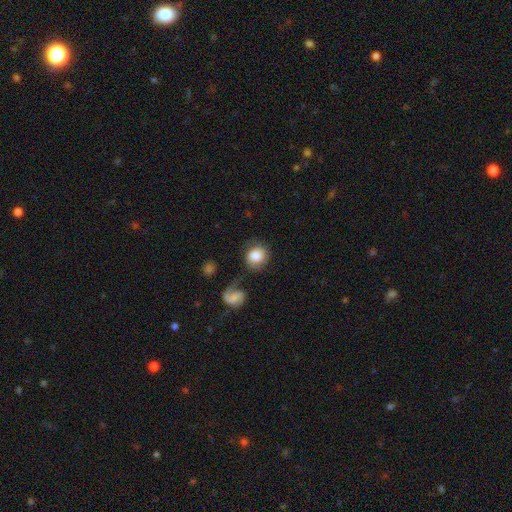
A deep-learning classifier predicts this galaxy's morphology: smooth 77%, featured or disk 16%, star or artifact 8%. Down the decision tree: how rounded — round (74%); merging — none (56%).